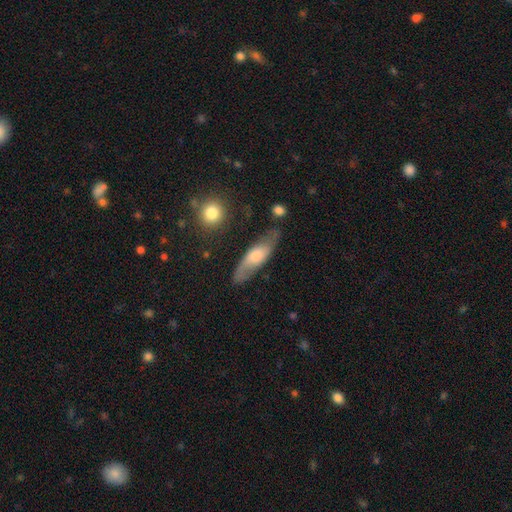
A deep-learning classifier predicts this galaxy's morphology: A featured or disk galaxy (49%).

Vote fractions:
- Smooth or featured? featured or disk: 49% / smooth: 45% / star or artifact: 6%
- Merging? none: 72% / minor disturbance: 19% / major disturbance: 6% / merger: 3%